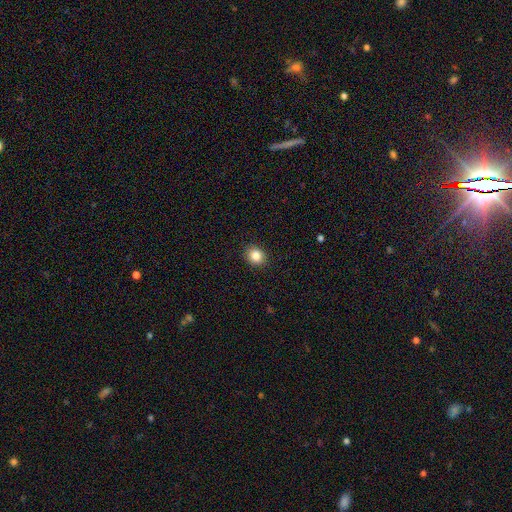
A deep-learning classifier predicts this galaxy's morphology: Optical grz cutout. It shows a smooth galaxy with no disk features (84%) that is round (64%). Merging: none (91%).